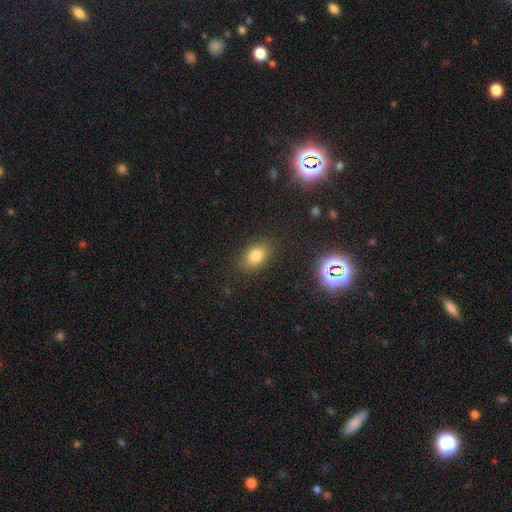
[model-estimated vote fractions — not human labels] Q: Smooth or featured?
A: smooth (78%); runner-up: star or artifact (13%)
Q: How rounded?
A: in between (82%); runner-up: round (16%)
Q: Merging?
A: none (85%); runner-up: minor disturbance (10%)